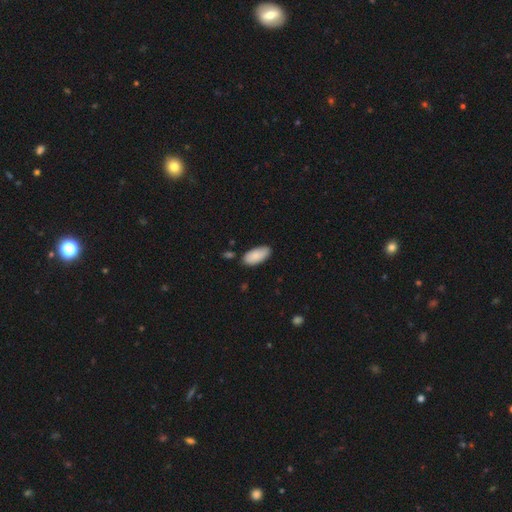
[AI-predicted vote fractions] smooth-or-featured: smooth: 87% | featured or disk: 7% | star or artifact: 6%
  how-rounded: in between: 93% | cigar-shaped: 6% | round: 2%
  merging: none: 79% | minor disturbance: 16% | merger: 3% | major disturbance: 2%